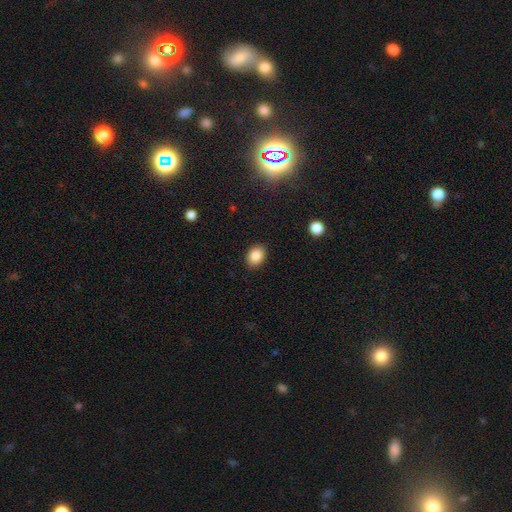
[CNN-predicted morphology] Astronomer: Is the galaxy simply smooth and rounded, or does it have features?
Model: smooth — 86%.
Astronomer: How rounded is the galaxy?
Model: in between — 66%.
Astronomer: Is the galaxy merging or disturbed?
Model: none — 89%.